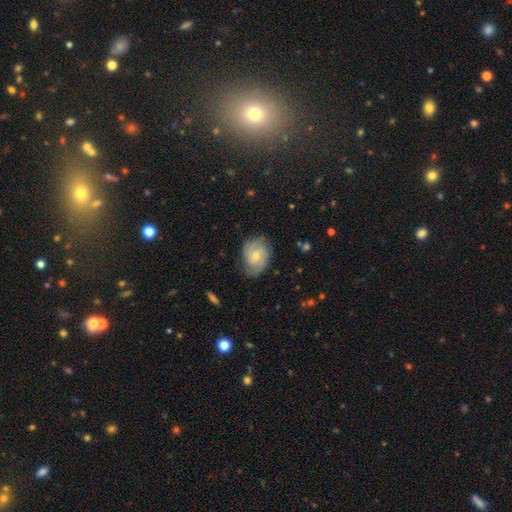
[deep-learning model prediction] Smooth or featured: featured or disk — 58% (smooth — 35%)
Edge-on disk: no — 97% (yes — 3%)
Bar: no — 59% (weak — 35%)
Spiral arms: yes — 88% (no — 12%)
Bulge size: small — 56% (moderate — 39%)
Merging: none — 71% (minor disturbance — 22%)